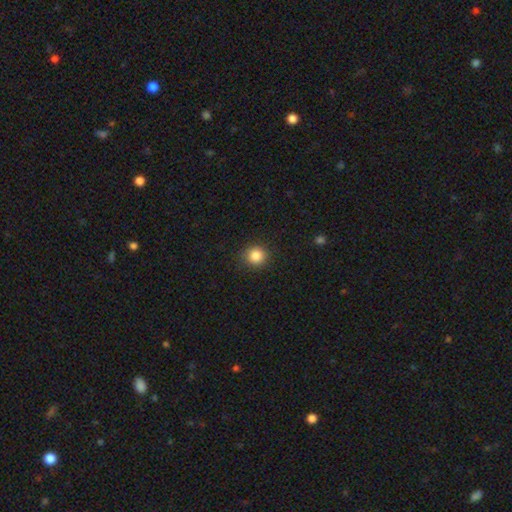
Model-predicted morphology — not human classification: type=smooth (85%); roundness=round (92%); merging=none (90%).